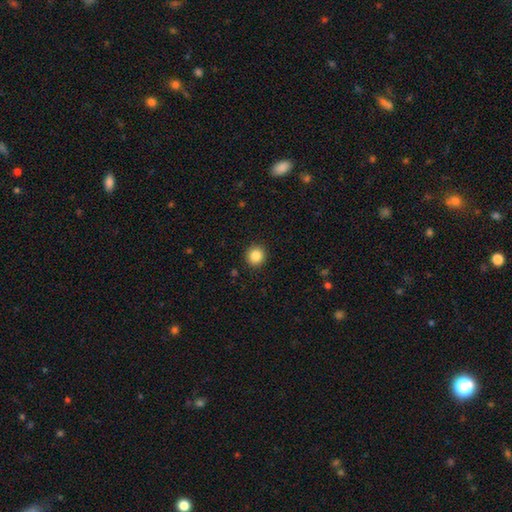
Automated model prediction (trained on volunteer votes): Morphology: type=smooth (86%); roundness=round (92%); merging=none (92%).